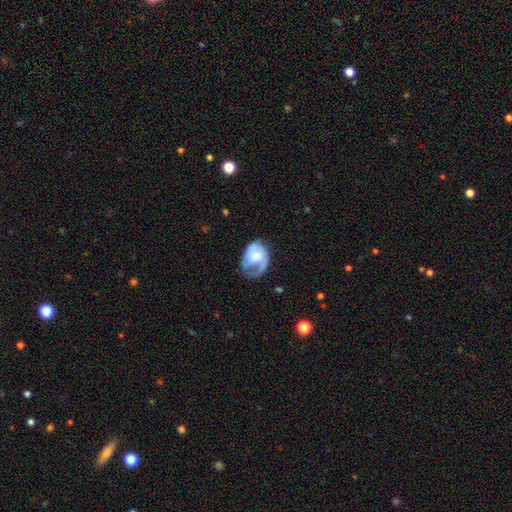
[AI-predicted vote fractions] Smooth or featured? Predicted: featured or disk (p=0.58). Edge-on disk? Predicted: no (p=0.97). Bar? Predicted: no (p=0.69). Spiral arms? Predicted: yes (p=0.78). Bulge size? Predicted: moderate (p=0.33). Merging? Predicted: major disturbance (p=0.36).